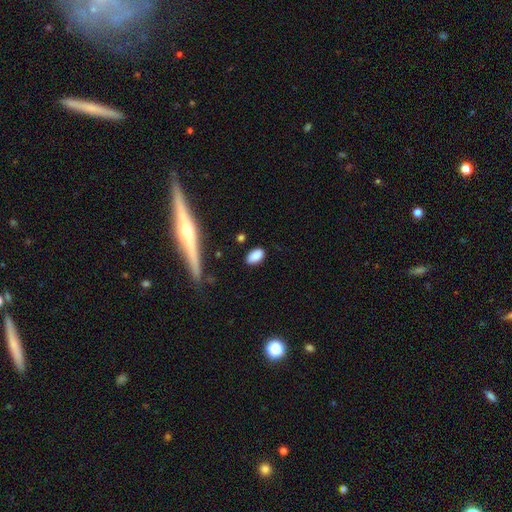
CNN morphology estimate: Q: Smooth or featured?
A: smooth (86%); runner-up: star or artifact (8%)
Q: How rounded?
A: in between (91%); runner-up: round (5%)
Q: Merging?
A: none (82%); runner-up: minor disturbance (12%)